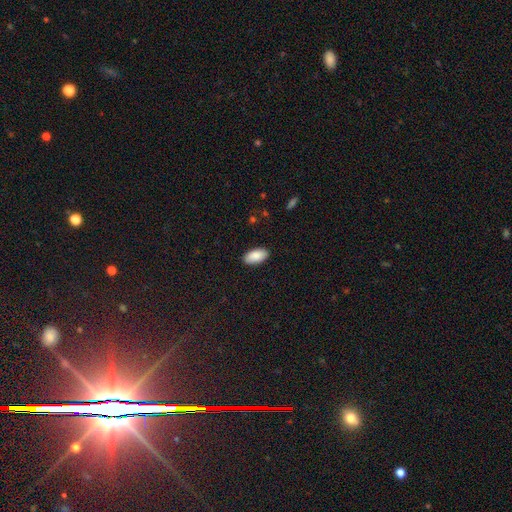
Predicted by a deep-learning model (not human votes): Q: Smooth or featured?
A: smooth (88%); runner-up: star or artifact (6%)
Q: How rounded?
A: in between (95%); runner-up: cigar-shaped (3%)
Q: Merging?
A: none (89%); runner-up: minor disturbance (8%)